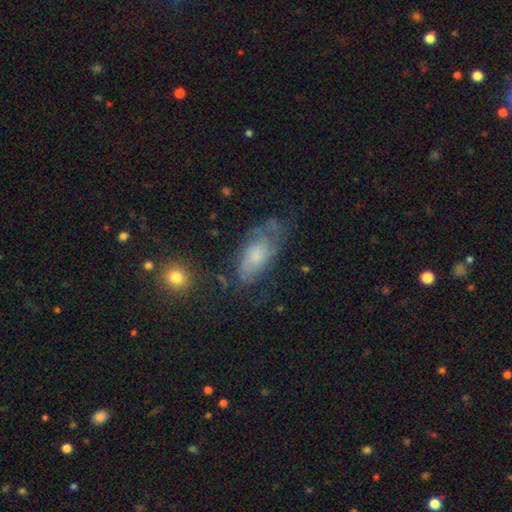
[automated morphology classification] smooth_or_featured: featured or disk (p=0.57) [alt: smooth p=0.35]
disk_edge_on: no (p=0.90) [alt: yes p=0.10]
bar: no (p=0.75) [alt: weak p=0.22]
has_spiral_arms: yes (p=0.73) [alt: no p=0.27]
bulge_size: moderate (p=0.37) [alt: small p=0.35]
merging: none (p=0.48) [alt: minor disturbance p=0.28]